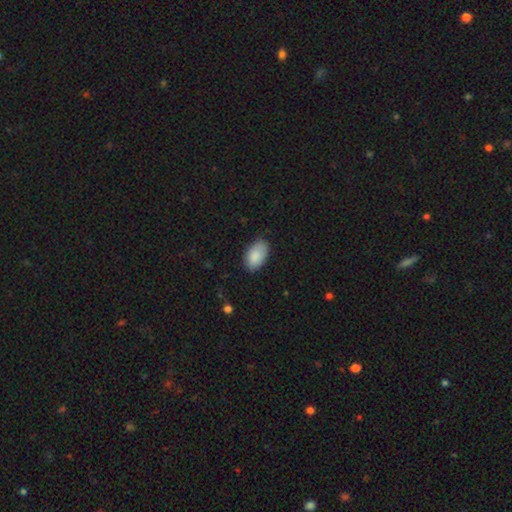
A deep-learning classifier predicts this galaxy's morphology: smooth 89%, star or artifact 6%, featured or disk 5%. Down the decision tree: how rounded — in between (94%); merging — none (81%).